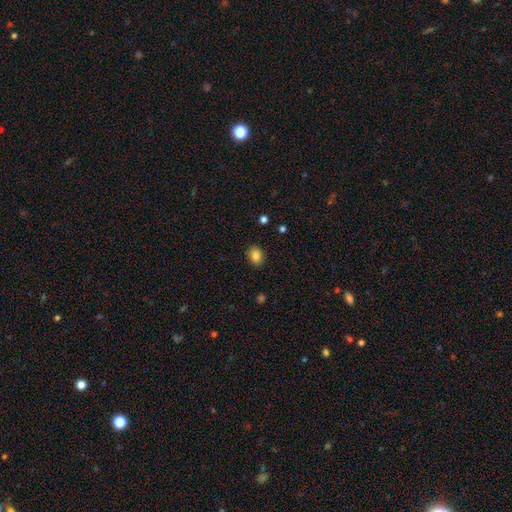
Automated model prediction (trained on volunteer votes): Smooth or featured?
  - smooth: 85% *
  - star or artifact: 10%
  - featured or disk: 6%
How rounded?
  - in between: 55% *
  - round: 44%
  - cigar-shaped: 1%
Merging?
  - none: 89% *
  - minor disturbance: 8%
  - major disturbance: 2%
  - merger: 1%